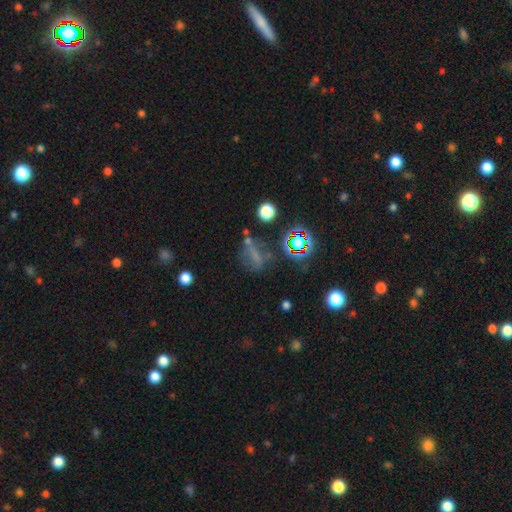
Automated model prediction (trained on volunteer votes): Morphology: type=smooth (42%); merging=none (47%).